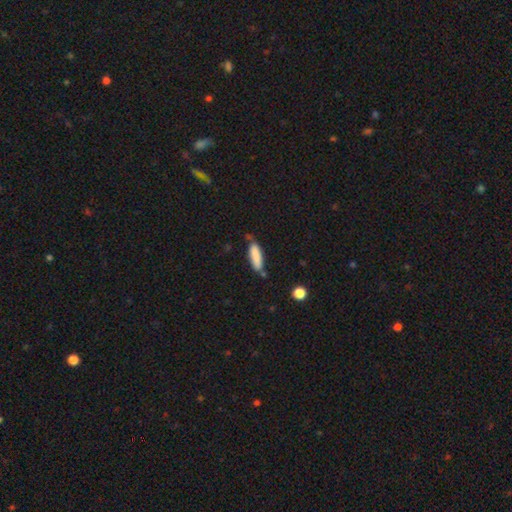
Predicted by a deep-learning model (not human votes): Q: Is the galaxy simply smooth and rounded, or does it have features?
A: smooth — 85%.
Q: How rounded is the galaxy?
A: cigar-shaped — 57%.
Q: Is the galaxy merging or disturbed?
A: none — 63%.